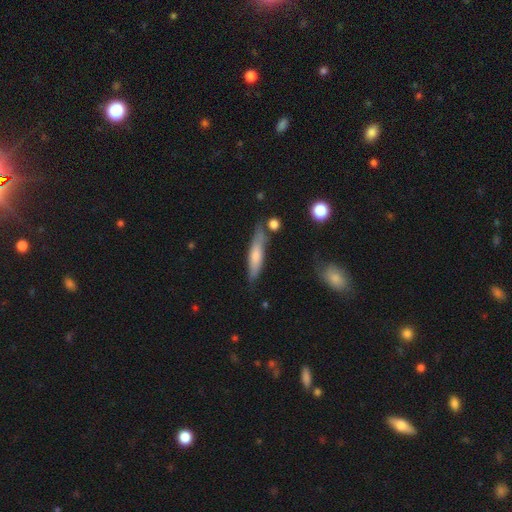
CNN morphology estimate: Q: Smooth or featured?
A: smooth (61%); runner-up: featured or disk (33%)
Q: How rounded?
A: cigar-shaped (80%); runner-up: in between (18%)
Q: Merging?
A: none (70%); runner-up: minor disturbance (20%)